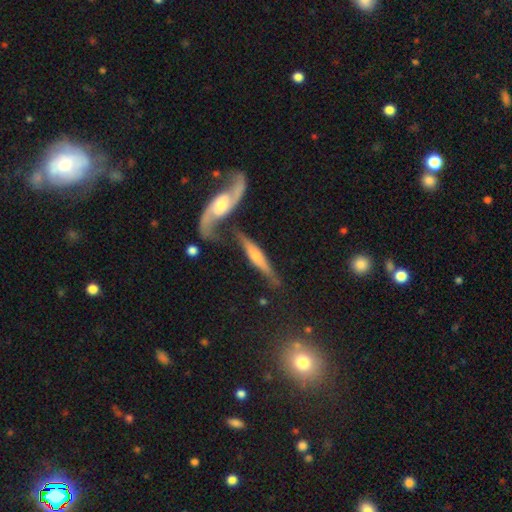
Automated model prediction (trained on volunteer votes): This appears to be a featured or disk galaxy (76%) viewed edge-on (76%) with a rounded central bulge (84%). Merging: none (52%).